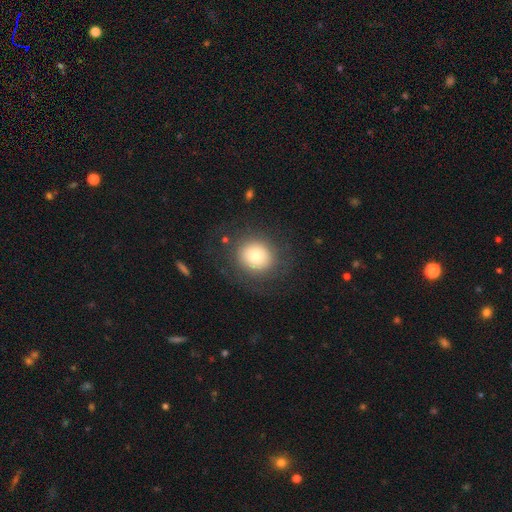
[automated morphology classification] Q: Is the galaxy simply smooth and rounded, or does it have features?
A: smooth — 72%.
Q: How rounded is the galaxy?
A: round — 84%.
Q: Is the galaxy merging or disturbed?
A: none — 78%.